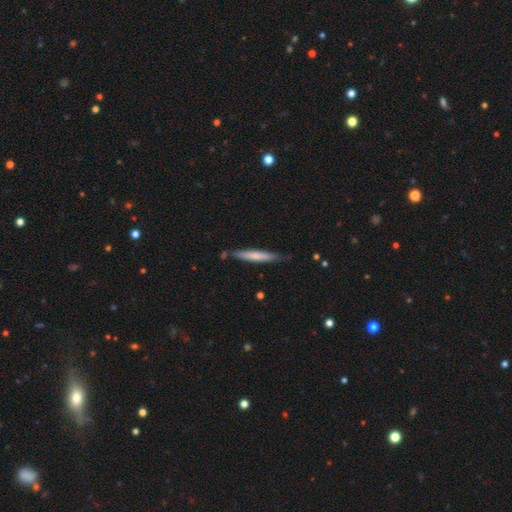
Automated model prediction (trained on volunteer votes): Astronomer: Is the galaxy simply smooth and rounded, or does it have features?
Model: smooth — 64%.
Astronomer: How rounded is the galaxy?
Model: cigar-shaped — 94%.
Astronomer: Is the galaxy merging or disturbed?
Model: none — 77%.